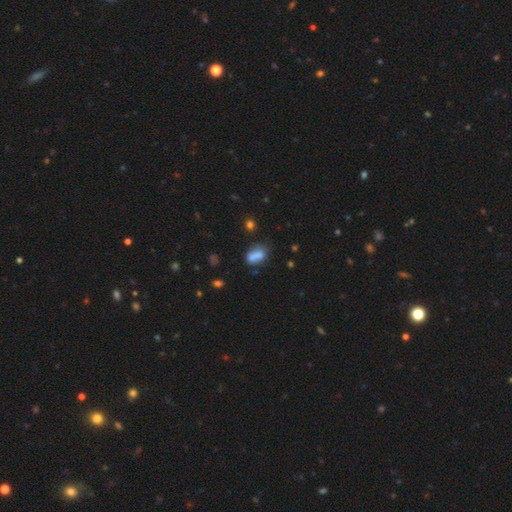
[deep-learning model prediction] smooth_or_featured: smooth (p=0.76) [alt: featured or disk p=0.12]
how_rounded: in between (p=0.80) [alt: round p=0.13]
merging: none (p=0.43) [alt: merger p=0.27]